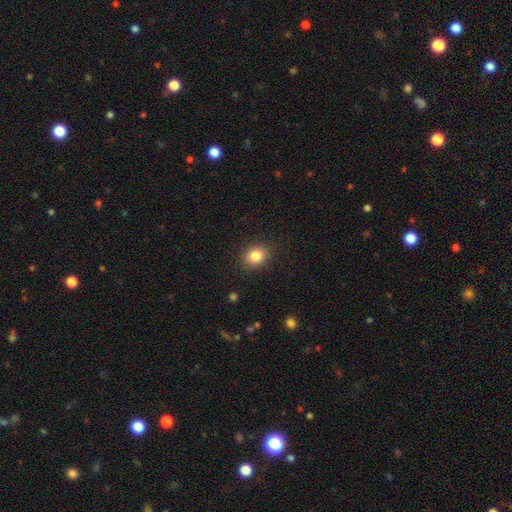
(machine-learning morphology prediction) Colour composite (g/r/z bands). It shows a smooth galaxy with no disk features (84%) that is round (59%). Merging: none (88%).